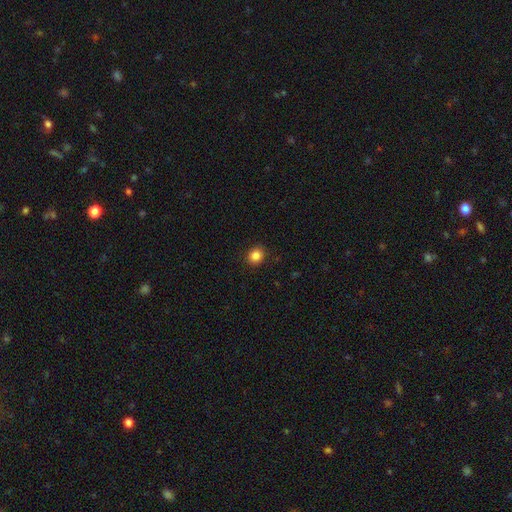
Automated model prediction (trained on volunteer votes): Overall: smooth (85%). How rounded: round (81%). Merging: none (91%).